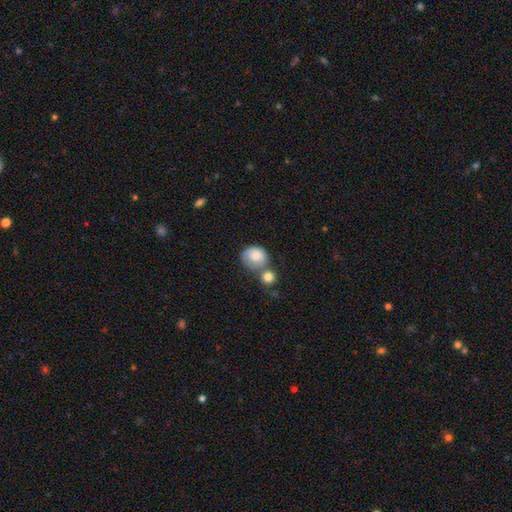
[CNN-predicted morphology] A smooth galaxy with no disk features (79%) that is round (75%). Merging: merger (37%).